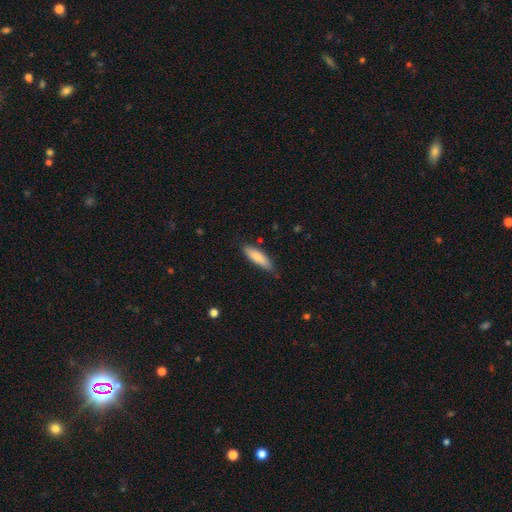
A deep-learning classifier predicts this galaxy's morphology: The model was most divided on "how rounded": cigar-shaped: 57%, in between: 41%, round: 2%. More confident: merging — none (80%); smooth or featured — smooth (80%).